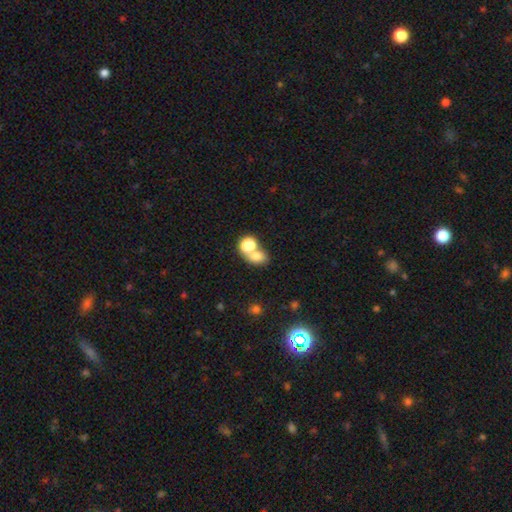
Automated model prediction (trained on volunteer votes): Smooth or featured? smooth (73%)
How rounded? in between (51%)
Merging? merger (50%)